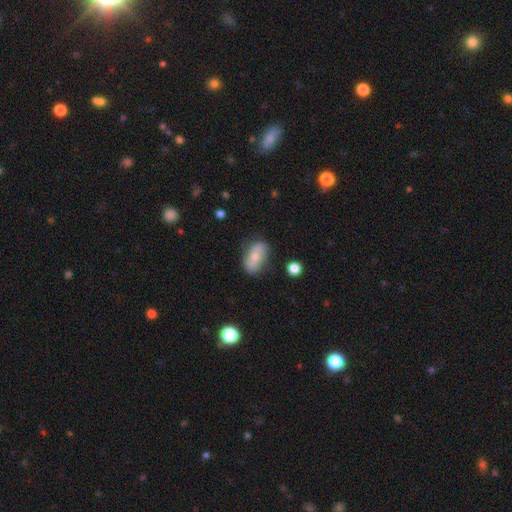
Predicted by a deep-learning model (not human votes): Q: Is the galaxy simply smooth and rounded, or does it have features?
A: featured or disk — 47%.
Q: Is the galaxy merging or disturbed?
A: none — 75%.